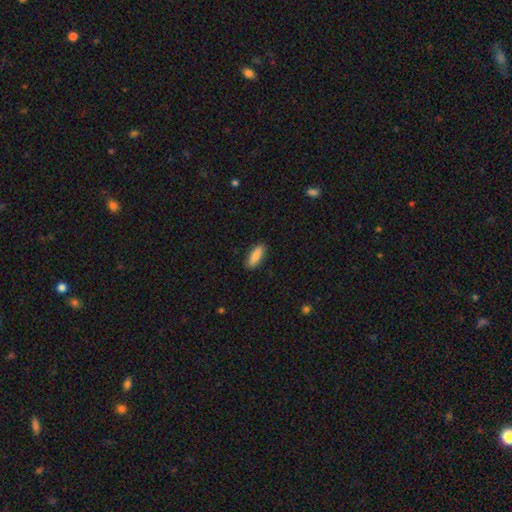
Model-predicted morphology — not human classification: smooth_or_featured: smooth (p=0.87) [alt: featured or disk p=0.07]
how_rounded: in between (p=0.61) [alt: cigar-shaped p=0.37]
merging: none (p=0.88) [alt: minor disturbance p=0.09]